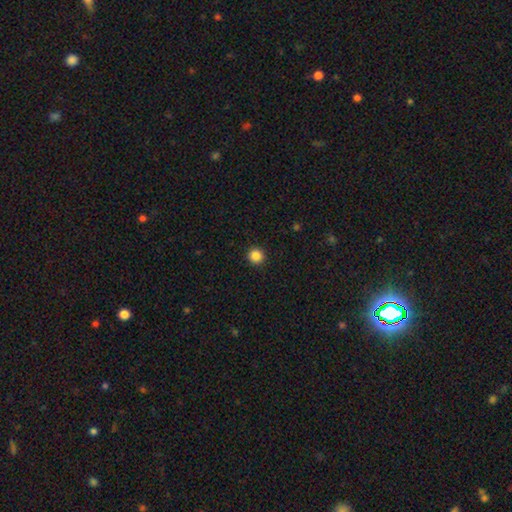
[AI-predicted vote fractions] A smooth galaxy with no disk features (86%) that is round (95%). Merging: none (93%).